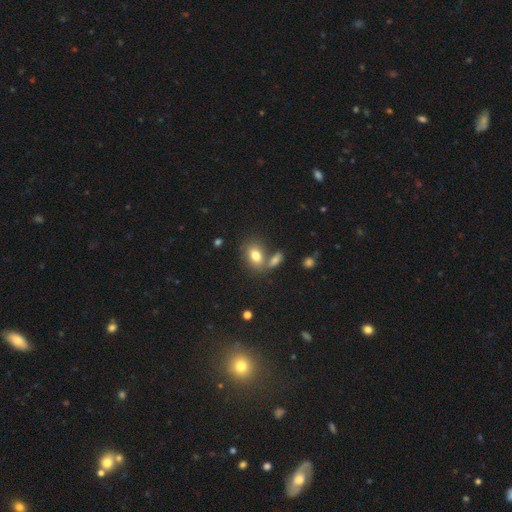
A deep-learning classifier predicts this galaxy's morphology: type=smooth (78%); roundness=in between (78%); merging=none (55%).